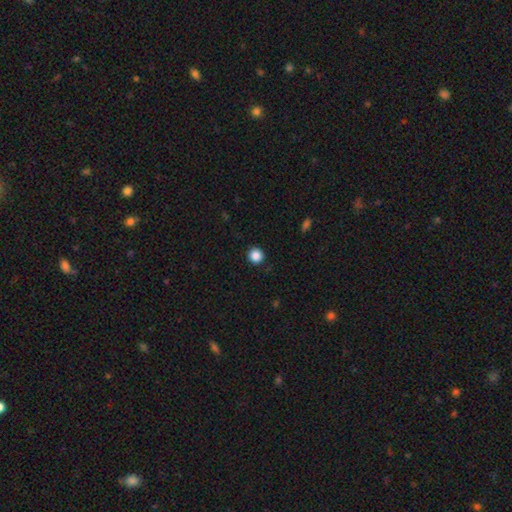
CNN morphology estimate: This is clearly a smooth galaxy (87%). How rounded: clearly round (94%). Merging: clearly none (91%).